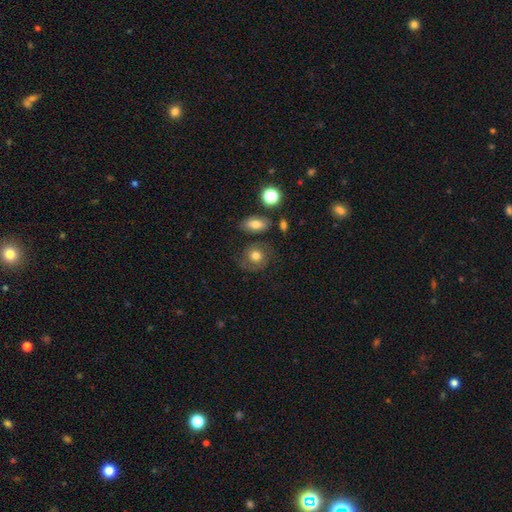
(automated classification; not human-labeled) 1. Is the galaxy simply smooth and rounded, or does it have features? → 67% smooth, 22% featured or disk, 10% star or artifact.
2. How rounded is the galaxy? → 74% round, 24% in between, 1% cigar-shaped.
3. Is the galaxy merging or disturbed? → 68% none, 18% minor disturbance, 9% major disturbance, 6% merger.